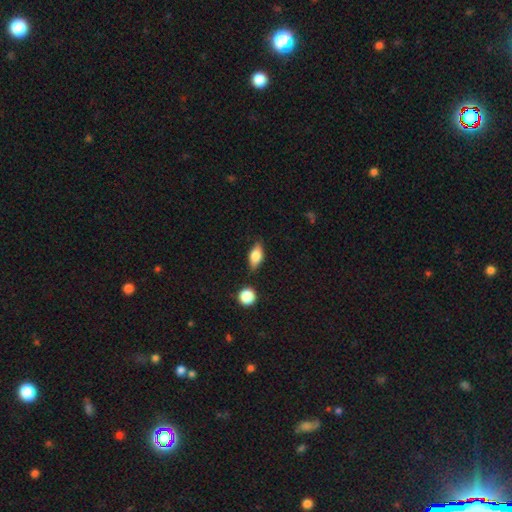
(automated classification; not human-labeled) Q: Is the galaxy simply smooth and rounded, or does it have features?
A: smooth — 70%.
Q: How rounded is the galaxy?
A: in between — 81%.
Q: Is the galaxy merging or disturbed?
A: none — 77%.